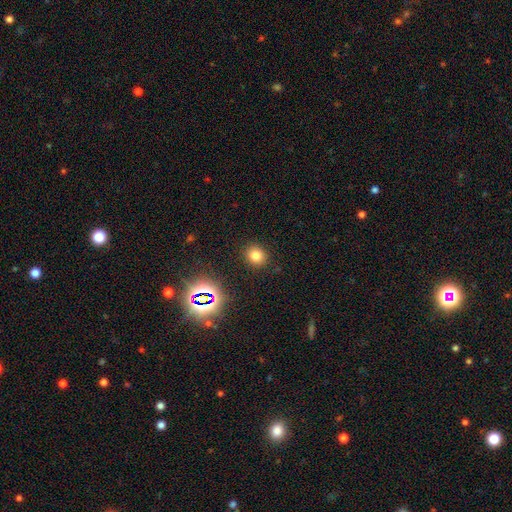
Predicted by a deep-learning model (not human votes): Smooth or featured: smooth — 75% (star or artifact — 18%)
How rounded: round — 78% (in between — 21%)
Merging: none — 89% (minor disturbance — 7%)